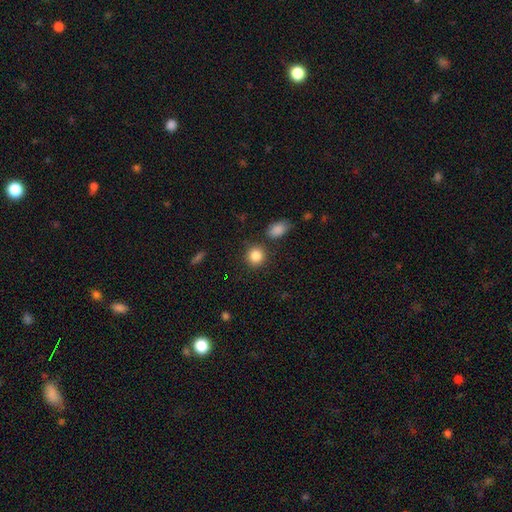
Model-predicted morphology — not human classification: A smooth galaxy with no disk features (86%) that is round (85%).

Vote fractions:
- Smooth or featured? smooth: 86% / star or artifact: 9% / featured or disk: 5%
- How rounded? round: 85% / in between: 14% / cigar-shaped: 1%
- Merging? none: 83% / minor disturbance: 8% / merger: 6% / major disturbance: 3%